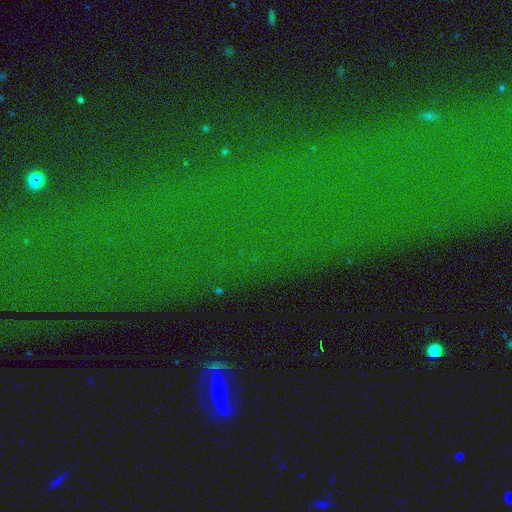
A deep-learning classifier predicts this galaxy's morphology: Smooth or featured? star or artifact (71%)